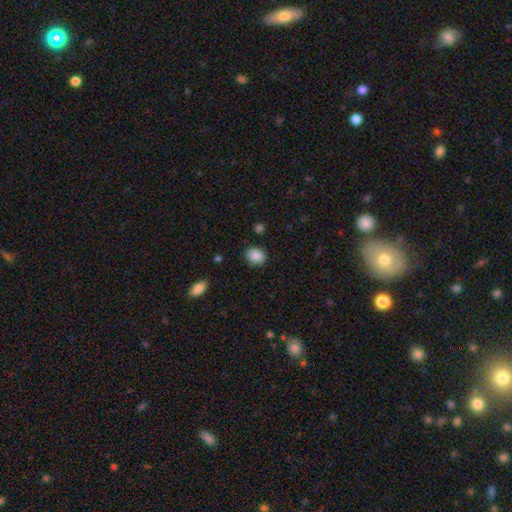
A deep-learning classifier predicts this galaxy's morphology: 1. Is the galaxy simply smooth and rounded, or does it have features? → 88% smooth, 8% star or artifact, 3% featured or disk.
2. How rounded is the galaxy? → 51% in between, 48% round, 1% cigar-shaped.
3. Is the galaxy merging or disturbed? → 86% none, 10% minor disturbance, 3% major disturbance, 2% merger.